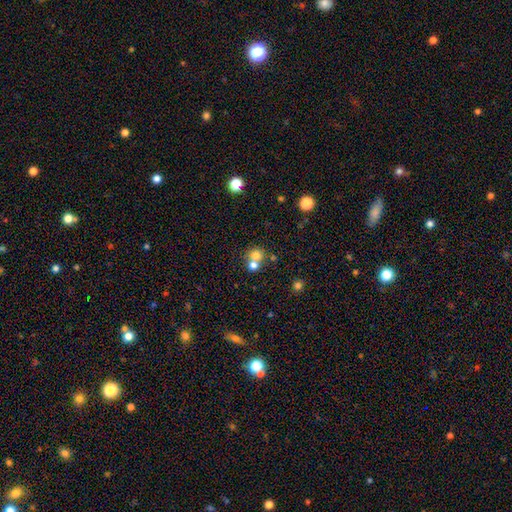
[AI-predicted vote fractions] Smooth or featured?
  - smooth: 71% *
  - featured or disk: 15%
  - star or artifact: 14%
How rounded?
  - round: 85% *
  - in between: 14%
  - cigar-shaped: 1%
Merging?
  - merger: 51% *
  - none: 41%
  - minor disturbance: 6%
  - major disturbance: 3%